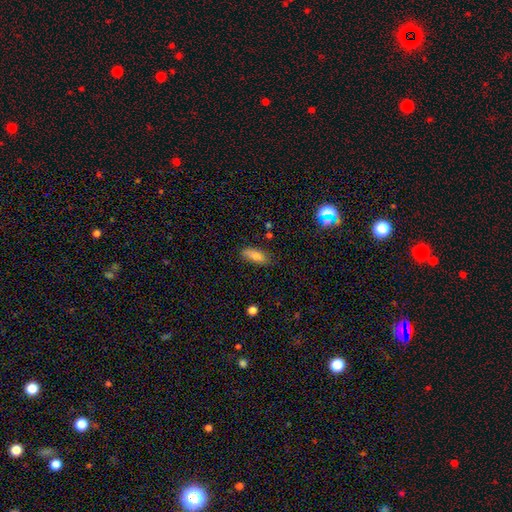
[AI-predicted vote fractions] smooth-or-featured: smooth: 81% | star or artifact: 10% | featured or disk: 9%
  how-rounded: in between: 72% | cigar-shaped: 25% | round: 3%
  merging: none: 76% | minor disturbance: 18% | major disturbance: 4% | merger: 2%